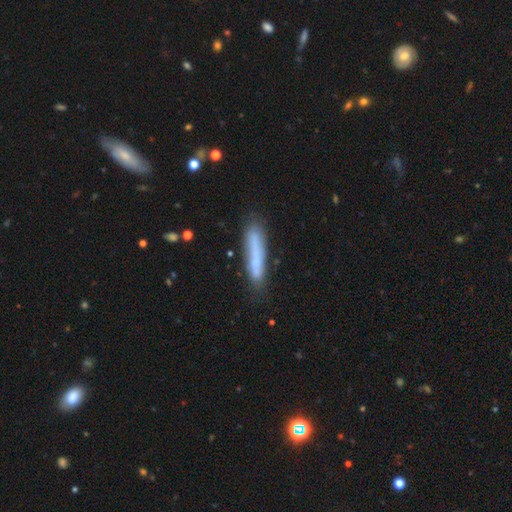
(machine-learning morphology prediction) This is likely a smooth galaxy (70%). How rounded: clearly cigar-shaped (91%). Merging: likely none (78%).